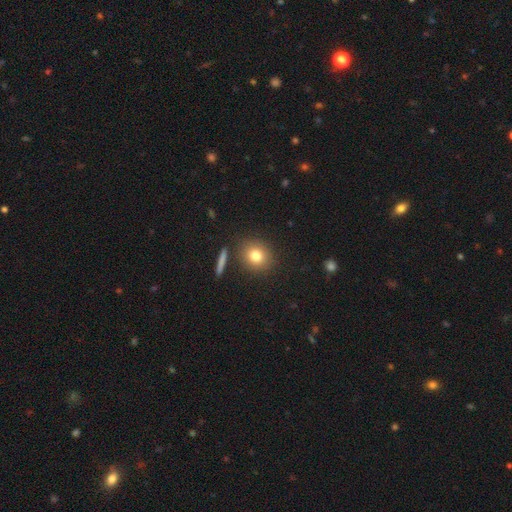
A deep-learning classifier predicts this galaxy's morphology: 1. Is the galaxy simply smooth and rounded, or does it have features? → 79% smooth, 11% star or artifact, 10% featured or disk.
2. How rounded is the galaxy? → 80% round, 18% in between, 2% cigar-shaped.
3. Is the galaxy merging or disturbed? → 86% none, 8% minor disturbance, 4% merger, 3% major disturbance.